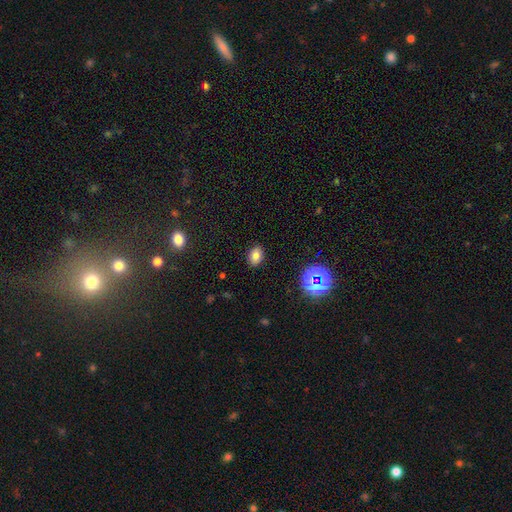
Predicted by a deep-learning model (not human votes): Q: Smooth or featured?
A: smooth (75%); runner-up: star or artifact (16%)
Q: How rounded?
A: in between (76%); runner-up: round (23%)
Q: Merging?
A: none (88%); runner-up: minor disturbance (8%)